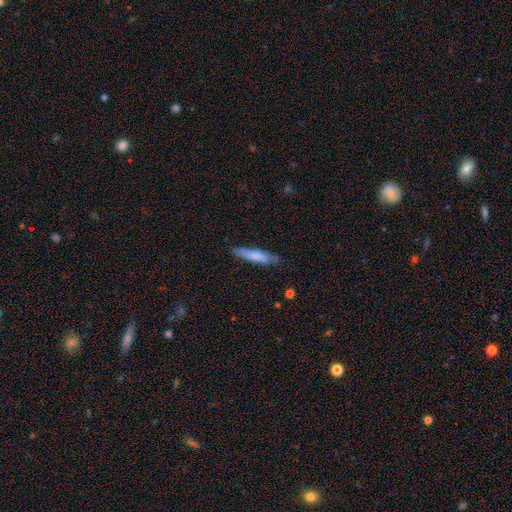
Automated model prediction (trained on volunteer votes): This appears to be a smooth galaxy with no disk features (74%) that is cigar-shaped (89%). Merging: none (82%).